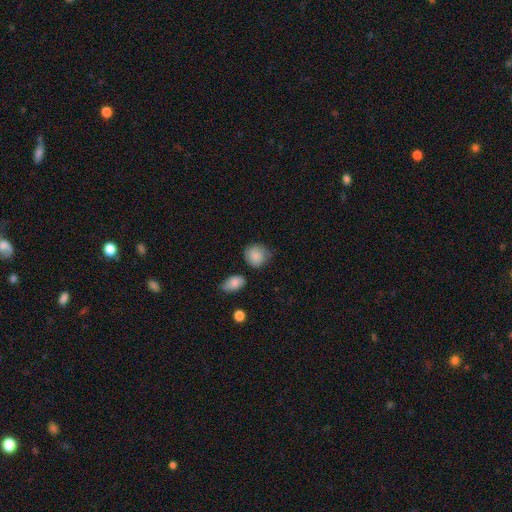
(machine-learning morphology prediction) Smooth or featured?
  - smooth: 78% *
  - featured or disk: 14%
  - star or artifact: 7%
How rounded?
  - round: 76% *
  - in between: 22%
  - cigar-shaped: 1%
Merging?
  - none: 63% *
  - minor disturbance: 26%
  - major disturbance: 7%
  - merger: 4%